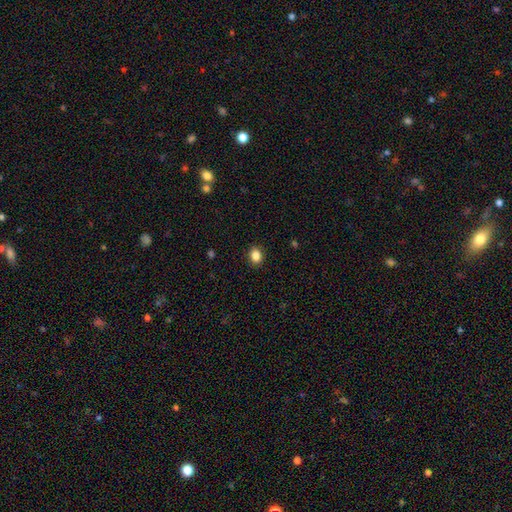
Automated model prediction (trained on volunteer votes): This is clearly a smooth galaxy (85%). How rounded: possibly in between (51%). Merging: clearly none (91%).